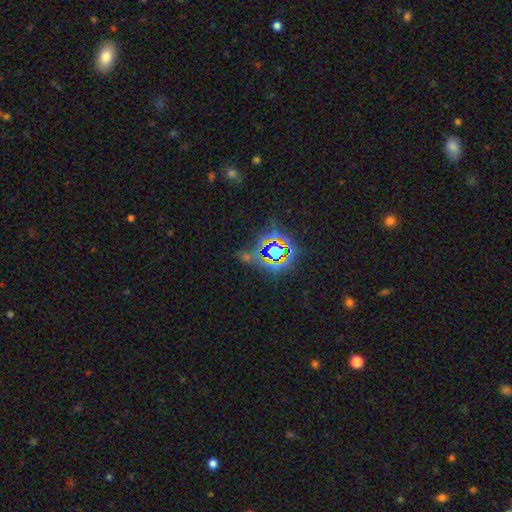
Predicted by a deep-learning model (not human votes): This appears to be a star or artifact, not a galaxy (79%).